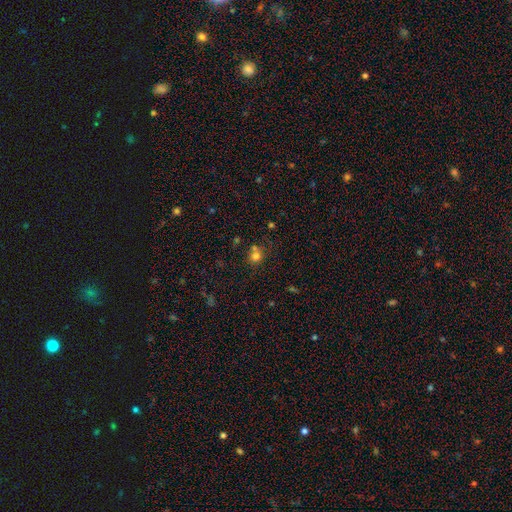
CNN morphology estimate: This appears to be a smooth galaxy with no disk features (76%) that is round (85%). Merging: none (62%).